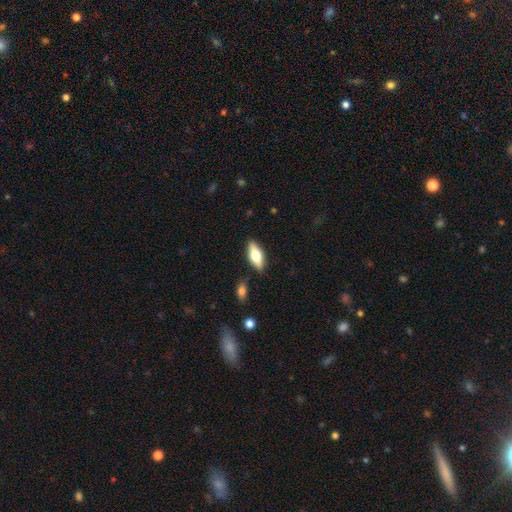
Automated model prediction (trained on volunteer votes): The model was most divided on "smooth or featured": smooth: 58%, featured or disk: 36%, star or artifact: 6%. More confident: merging — none (85%); how rounded — in between (72%).